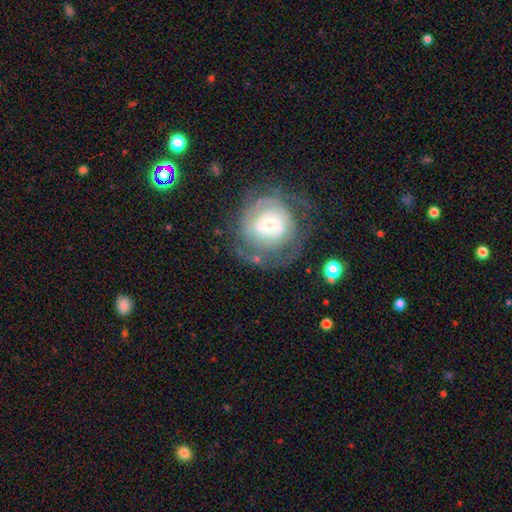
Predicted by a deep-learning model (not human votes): This is likely a featured or disk galaxy (72%). It is clearly not viewed edge-on (97%). Bar: possibly no (49%). Spiral arm pattern: clearly yes (82%). Spiral arm count: possibly can't tell (49%). Spiral winding: likely tight (70%). Central bulge: possibly small (52%). Merging: likely none (71%).